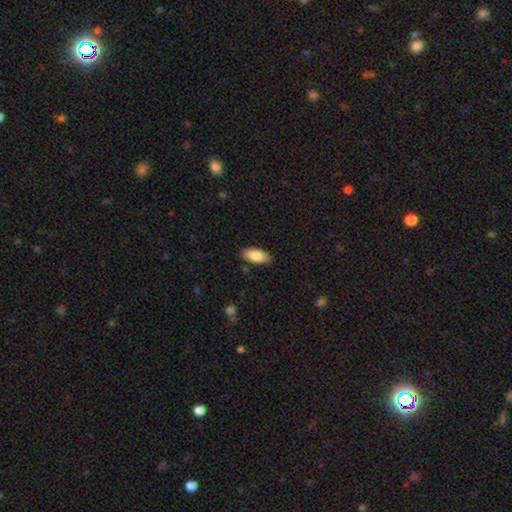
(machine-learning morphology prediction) smooth-or-featured: smooth: 84% | featured or disk: 10% | star or artifact: 6%
  how-rounded: in between: 91% | cigar-shaped: 7% | round: 2%
  merging: none: 87% | minor disturbance: 10% | major disturbance: 2% | merger: 1%